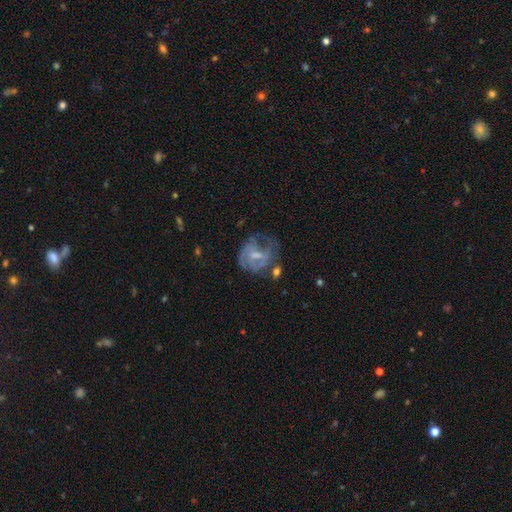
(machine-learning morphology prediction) Smooth or featured? Predicted: featured or disk (p=0.68). Edge-on disk? Predicted: no (p=0.97). Bar? Predicted: weak (p=0.45, tied with no). Spiral arms? Predicted: yes (p=0.66). Bulge size? Predicted: moderate (p=0.40). Merging? Predicted: none (p=0.41).